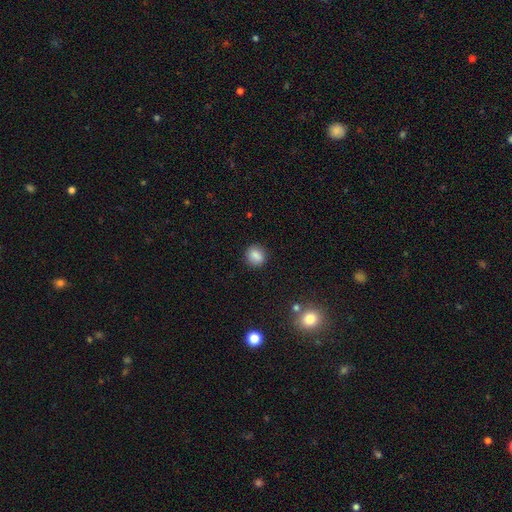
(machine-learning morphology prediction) This is clearly a smooth galaxy (84%). How rounded: likely round (76%). Merging: clearly none (88%).